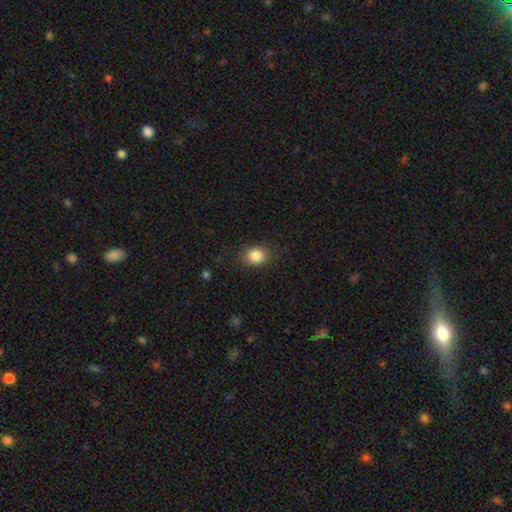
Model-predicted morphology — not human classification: Smooth or featured? smooth (85%)
How rounded? round (56%)
Merging? none (86%)